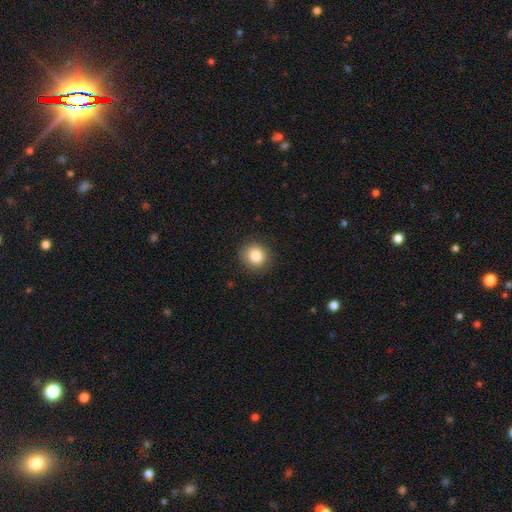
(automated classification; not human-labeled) Smooth or featured: smooth — 84% (star or artifact — 9%)
How rounded: round — 85% (in between — 14%)
Merging: none — 88% (minor disturbance — 8%)